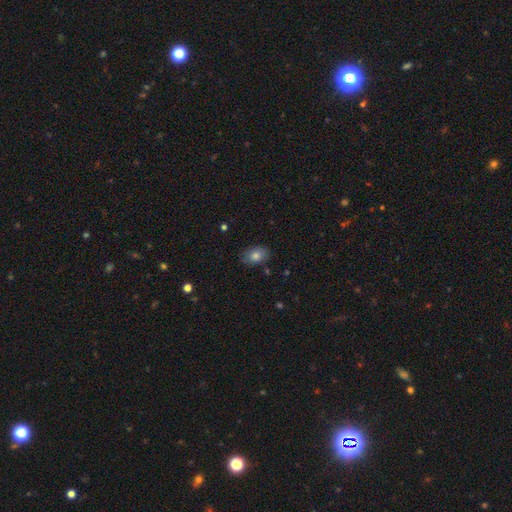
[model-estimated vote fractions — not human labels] Q: Smooth or featured?
A: smooth (79%); runner-up: featured or disk (12%)
Q: How rounded?
A: in between (84%); runner-up: round (15%)
Q: Merging?
A: none (83%); runner-up: minor disturbance (13%)